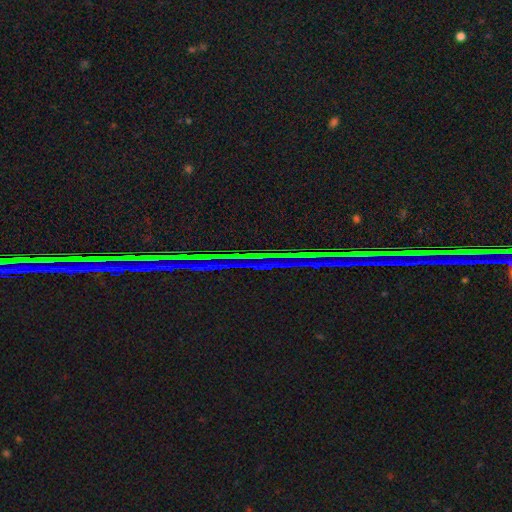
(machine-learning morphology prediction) Smooth or featured? Predicted: star or artifact (p=0.89).